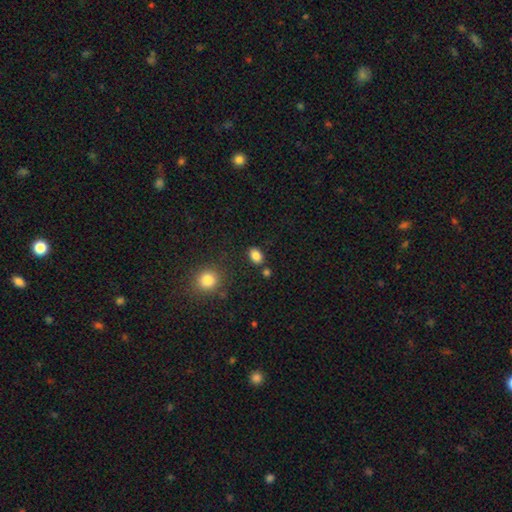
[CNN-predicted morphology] A smooth galaxy with no disk features (85%) that is in between round and cigar-shaped (78%).

Vote fractions:
- Smooth or featured? smooth: 85% / star or artifact: 10% / featured or disk: 5%
- How rounded? in between: 78% / round: 21% / cigar-shaped: 1%
- Merging? none: 81% / minor disturbance: 10% / merger: 6% / major disturbance: 3%